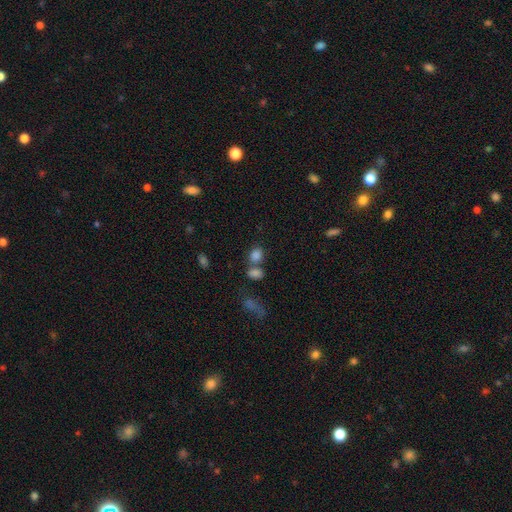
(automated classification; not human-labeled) Smooth or featured: smooth — 81% (star or artifact — 12%)
How rounded: round — 52% (in between — 47%)
Merging: none — 49% (merger — 35%)